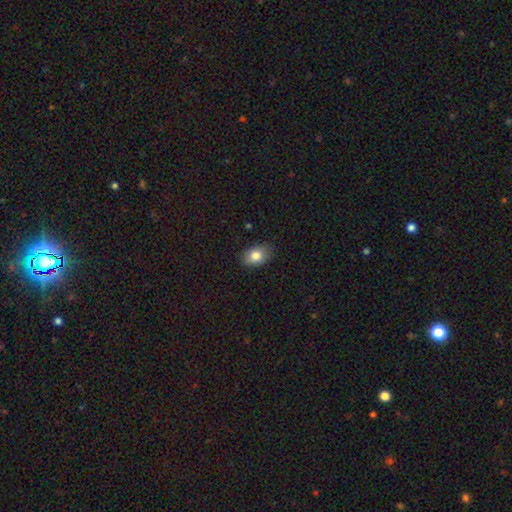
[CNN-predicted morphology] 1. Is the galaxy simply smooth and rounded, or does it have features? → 81% smooth, 10% featured or disk, 9% star or artifact.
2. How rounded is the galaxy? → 81% in between, 17% round, 1% cigar-shaped.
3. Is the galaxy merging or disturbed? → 86% none, 11% minor disturbance, 2% major disturbance, 1% merger.